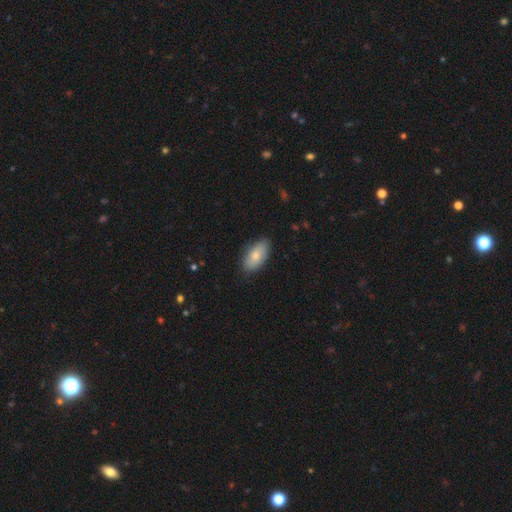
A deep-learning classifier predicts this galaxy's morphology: Overall: smooth (77%). How rounded: in between (93%). Merging: none (83%).